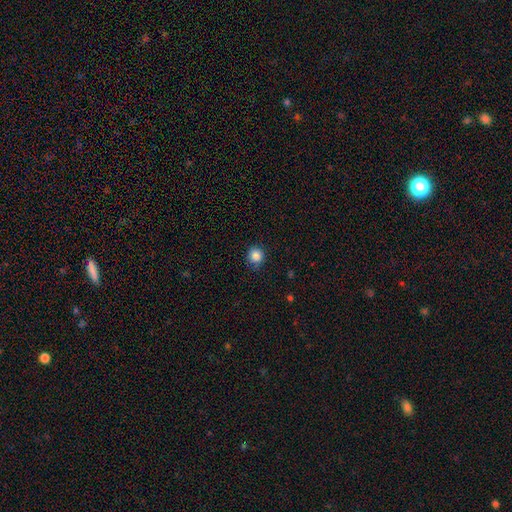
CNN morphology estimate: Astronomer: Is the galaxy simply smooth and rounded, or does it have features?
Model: smooth — 85%.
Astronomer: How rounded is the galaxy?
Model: round — 91%.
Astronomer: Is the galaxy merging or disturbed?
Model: none — 89%.